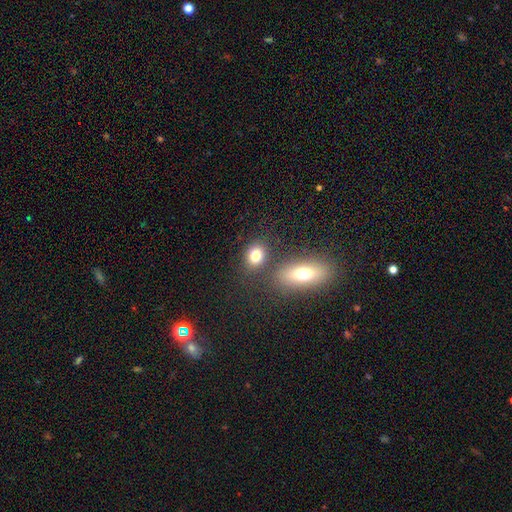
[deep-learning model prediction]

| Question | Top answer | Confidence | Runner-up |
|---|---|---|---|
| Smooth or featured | smooth | 79% | star or artifact (11%) |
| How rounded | in between | 57% | round (42%) |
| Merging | none | 70% | merger (16%) |